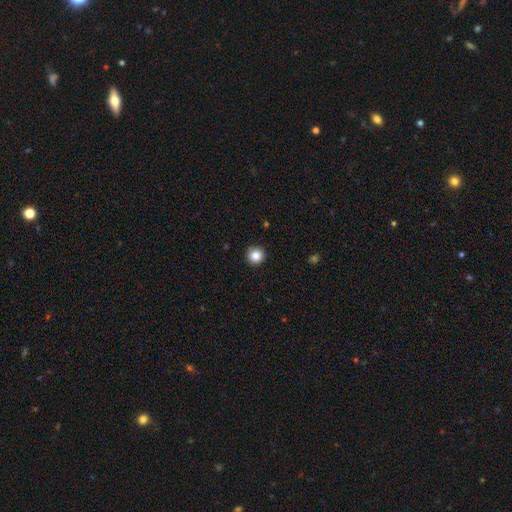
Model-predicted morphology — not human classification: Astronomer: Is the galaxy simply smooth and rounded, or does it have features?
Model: smooth — 86%.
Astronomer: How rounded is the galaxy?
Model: round — 95%.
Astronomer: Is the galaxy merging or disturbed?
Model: none — 90%.